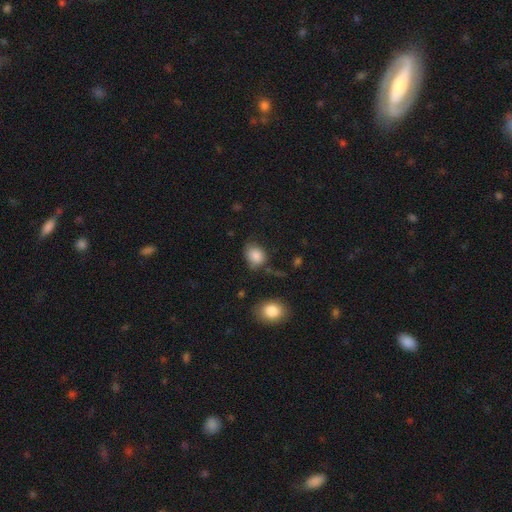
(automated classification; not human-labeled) smooth 86%, star or artifact 9%, featured or disk 5%. Down the decision tree: how rounded — in between (53%); merging — none (62%).